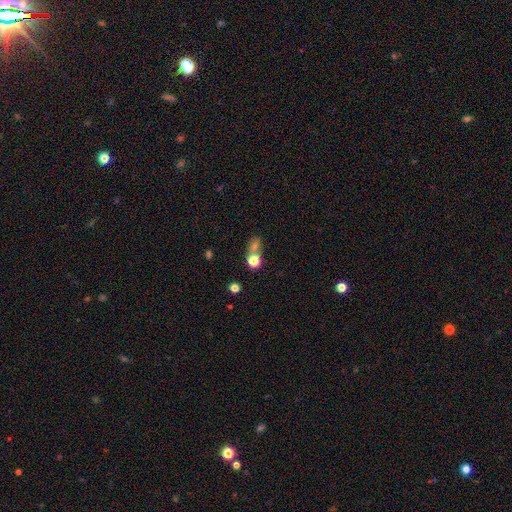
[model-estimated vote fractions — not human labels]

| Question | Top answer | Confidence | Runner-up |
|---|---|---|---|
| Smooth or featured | smooth | 47% | star or artifact (34%) |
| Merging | none | 53% | merger (26%) |